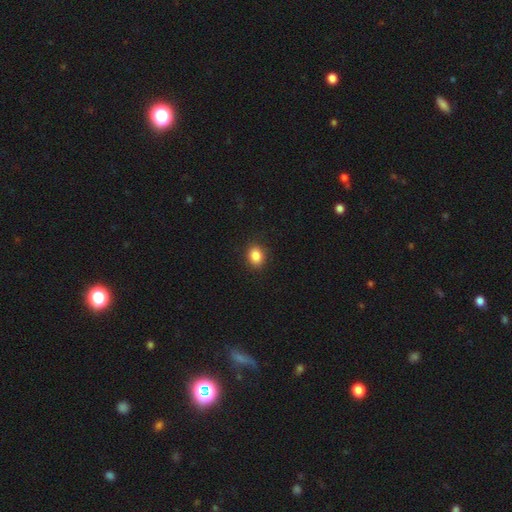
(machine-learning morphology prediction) smooth 87%, star or artifact 9%, featured or disk 4%. Down the decision tree: how rounded — in between (55%); merging — none (89%).